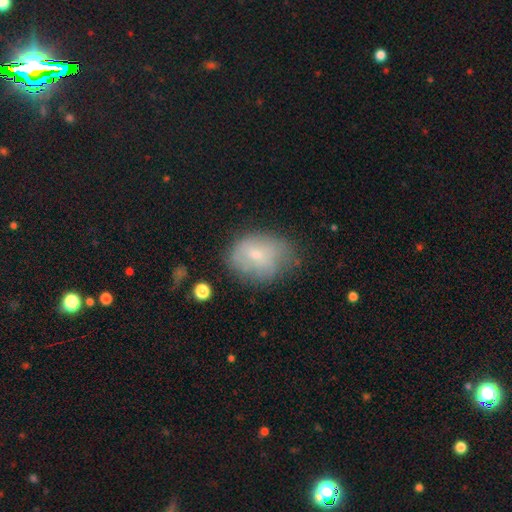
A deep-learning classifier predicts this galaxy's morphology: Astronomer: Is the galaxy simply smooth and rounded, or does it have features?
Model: smooth — 64%.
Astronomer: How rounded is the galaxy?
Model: in between — 62% (runner-up: round, 37%).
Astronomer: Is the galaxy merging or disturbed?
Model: none — 49% (runner-up: minor disturbance, 33%).